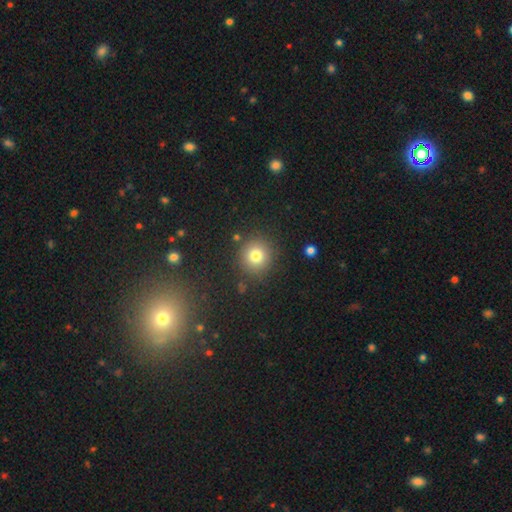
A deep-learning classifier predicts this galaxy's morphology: The model was most divided on "smooth or featured": smooth: 78%, star or artifact: 14%, featured or disk: 8%. More confident: how rounded — round (92%); merging — none (87%).